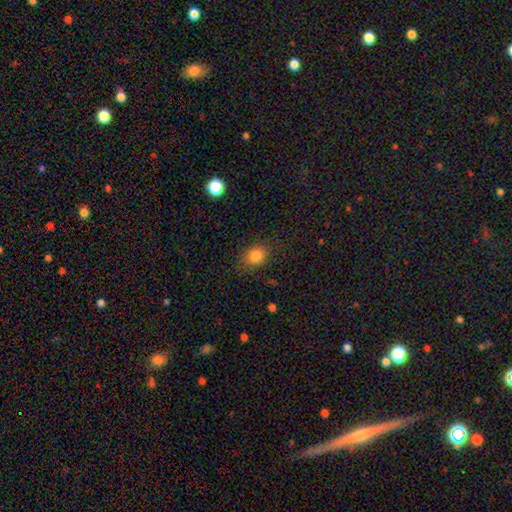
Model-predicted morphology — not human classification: smooth-or-featured: smooth: 82% | star or artifact: 11% | featured or disk: 7%
  how-rounded: round: 57% | in between: 42% | cigar-shaped: 1%
  merging: none: 79% | minor disturbance: 15% | major disturbance: 5% | merger: 1%